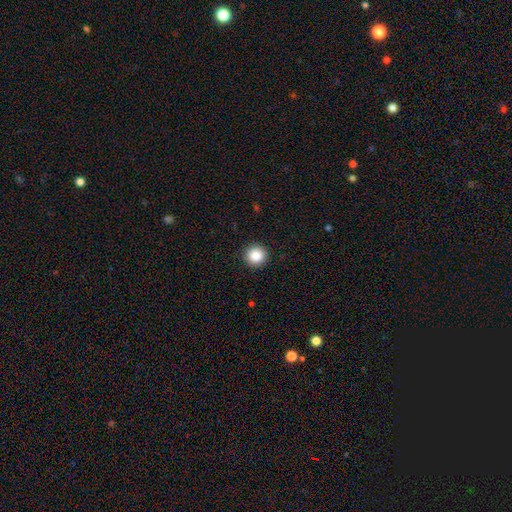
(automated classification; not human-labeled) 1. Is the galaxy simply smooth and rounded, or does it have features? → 86% smooth, 10% star or artifact, 4% featured or disk.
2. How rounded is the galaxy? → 96% round, 3% in between, 1% cigar-shaped.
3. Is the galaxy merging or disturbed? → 93% none, 5% minor disturbance, 2% major disturbance, 1% merger.